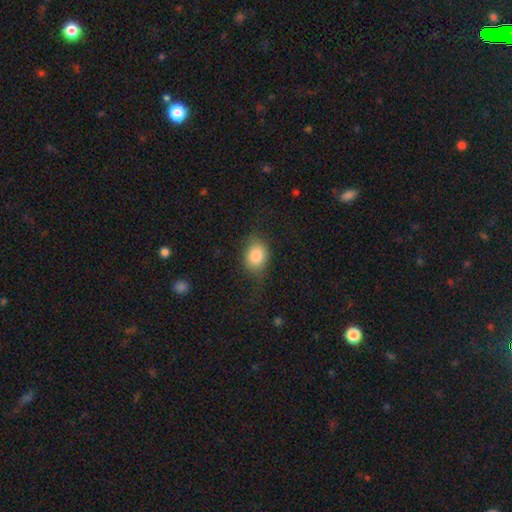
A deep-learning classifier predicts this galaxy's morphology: Smooth or featured?
  - smooth: 82% *
  - featured or disk: 10%
  - star or artifact: 8%
How rounded?
  - in between: 55% *
  - round: 43%
  - cigar-shaped: 1%
Merging?
  - none: 64% *
  - minor disturbance: 24%
  - major disturbance: 11%
  - merger: 1%